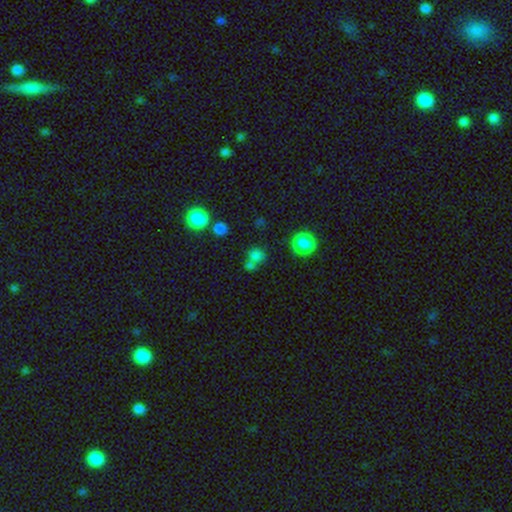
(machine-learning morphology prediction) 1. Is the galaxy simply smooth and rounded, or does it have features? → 75% smooth, 19% star or artifact, 7% featured or disk.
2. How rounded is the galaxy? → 86% round, 13% in between, 1% cigar-shaped.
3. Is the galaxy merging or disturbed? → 62% none, 24% merger, 9% minor disturbance, 5% major disturbance.